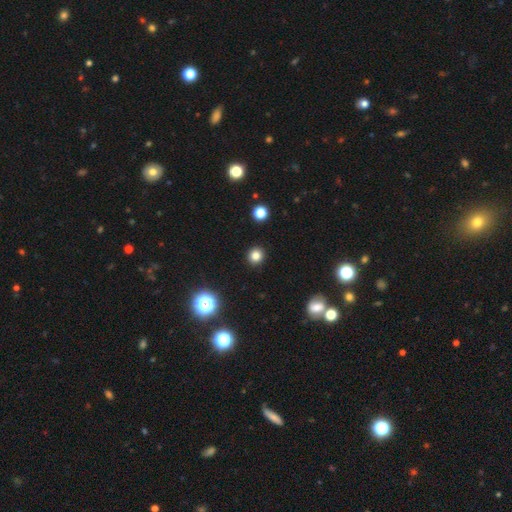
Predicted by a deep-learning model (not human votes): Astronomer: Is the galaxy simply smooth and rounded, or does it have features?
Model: smooth — 81%.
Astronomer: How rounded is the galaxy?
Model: round — 92%.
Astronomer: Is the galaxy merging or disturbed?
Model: none — 92%.